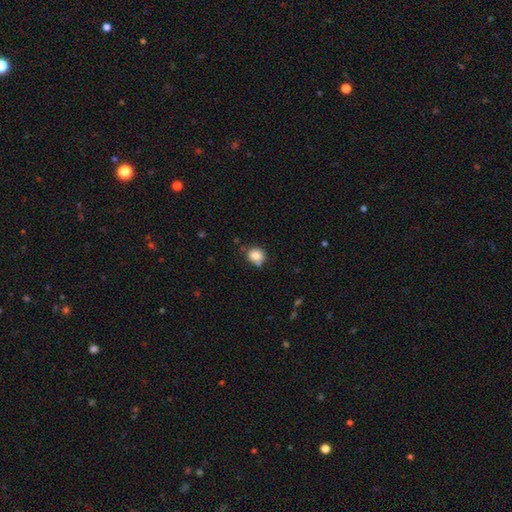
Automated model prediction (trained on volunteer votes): Smooth or featured? Predicted: smooth (p=0.83). How rounded? Predicted: round (p=0.71). Merging? Predicted: none (p=0.69).